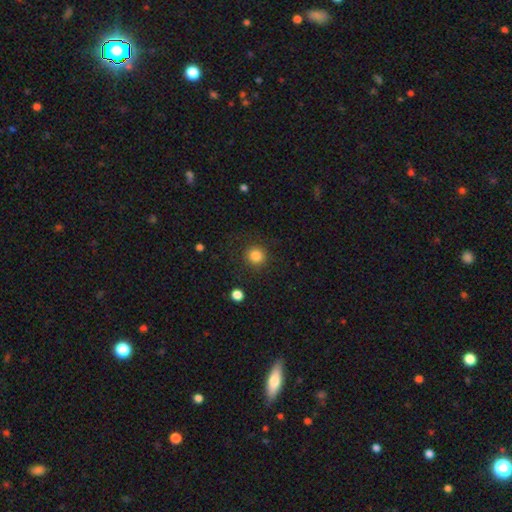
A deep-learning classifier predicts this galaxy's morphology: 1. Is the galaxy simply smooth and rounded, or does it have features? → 85% smooth, 11% star or artifact, 5% featured or disk.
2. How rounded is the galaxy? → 93% round, 6% in between, 1% cigar-shaped.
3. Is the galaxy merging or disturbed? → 88% none, 7% minor disturbance, 3% major disturbance, 2% merger.